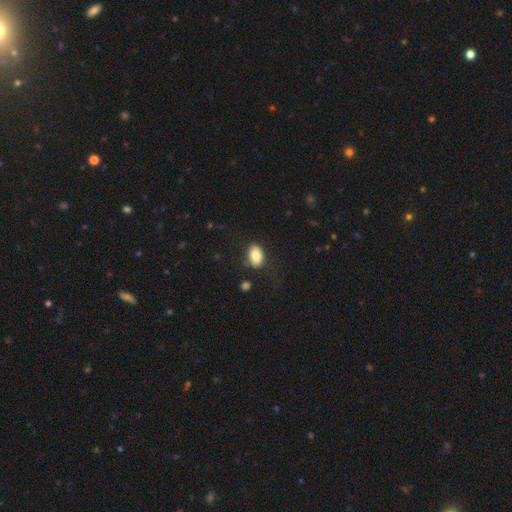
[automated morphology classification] A smooth galaxy with no disk features (83%) that is in between round and cigar-shaped (86%). Merging: none (76%).